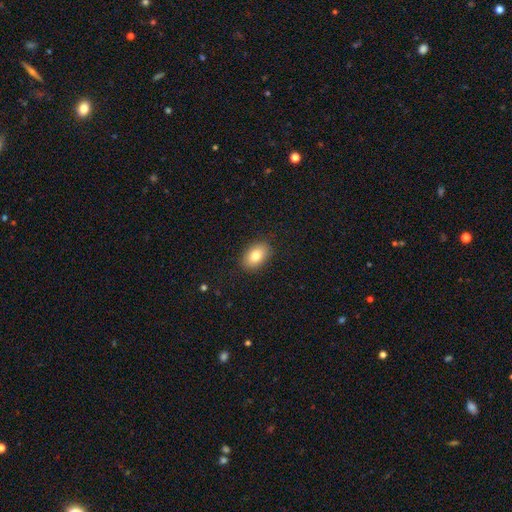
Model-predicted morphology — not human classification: type=smooth (81%); roundness=in between (89%); merging=none (88%).